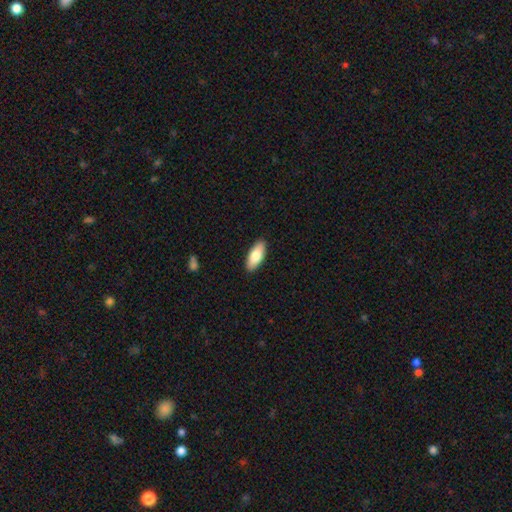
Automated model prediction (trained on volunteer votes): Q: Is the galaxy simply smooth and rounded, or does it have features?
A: smooth — 79%.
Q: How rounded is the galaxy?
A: in between — 82%.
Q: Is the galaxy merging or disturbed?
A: none — 90%.